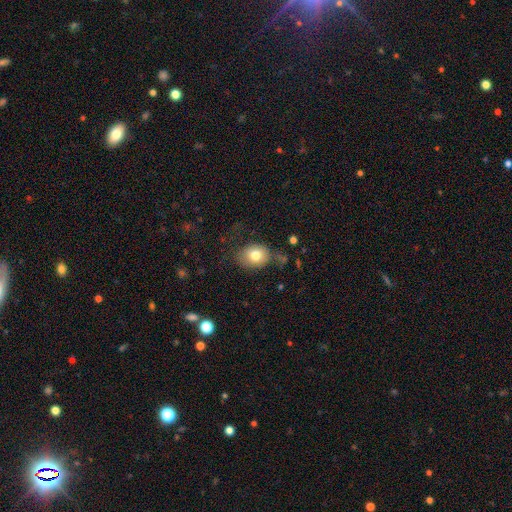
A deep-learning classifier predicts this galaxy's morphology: A smooth galaxy with no disk features (77%) that is round (50%).

Vote fractions:
- Smooth or featured? smooth: 77% / featured or disk: 13% / star or artifact: 10%
- How rounded? round: 50% / in between: 49% / cigar-shaped: 1%
- Merging? none: 64% / minor disturbance: 23% / major disturbance: 10% / merger: 3%